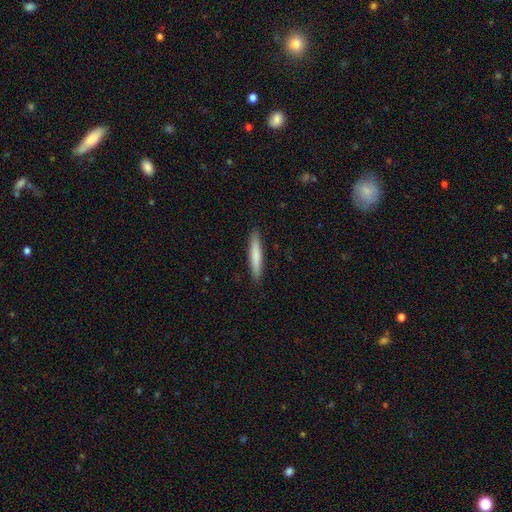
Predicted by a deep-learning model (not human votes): Overall: smooth (77%). How rounded: cigar-shaped (94%). Merging: none (91%).